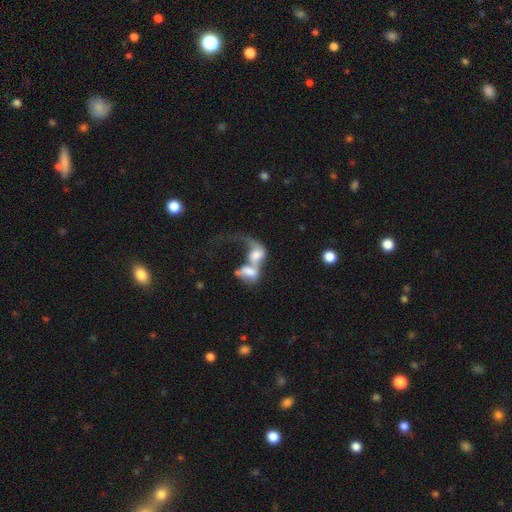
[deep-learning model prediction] Smooth or featured: smooth — 47% (featured or disk — 43%)
Merging: merger — 78% (major disturbance — 13%)